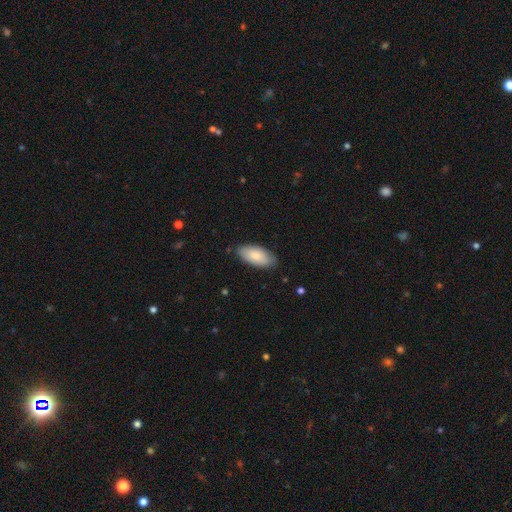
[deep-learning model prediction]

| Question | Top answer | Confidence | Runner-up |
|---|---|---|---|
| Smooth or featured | smooth | 83% | featured or disk (12%) |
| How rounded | in between | 91% | cigar-shaped (7%) |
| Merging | none | 83% | minor disturbance (13%) |